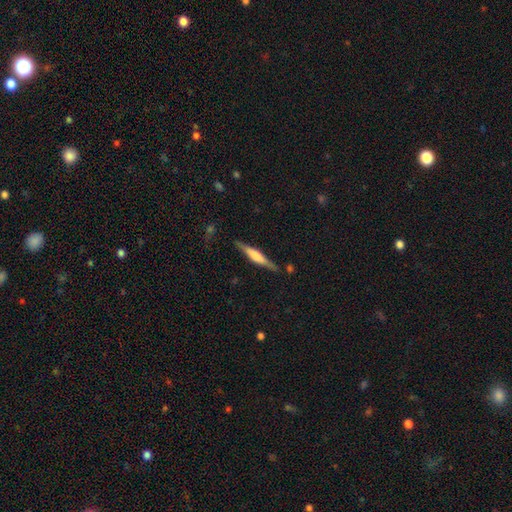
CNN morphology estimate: Smooth or featured: featured or disk — 61% (smooth — 33%)
Edge-on disk: yes — 96% (no — 4%)
Edge-on bulge: boxy — 49% (rounded — 40%)
Merging: none — 83% (minor disturbance — 12%)